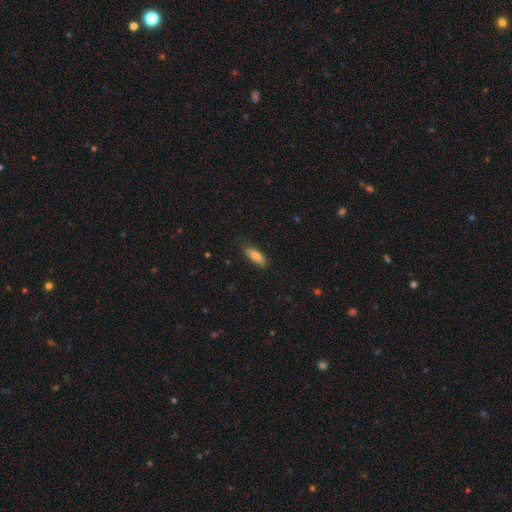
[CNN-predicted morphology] A smooth galaxy with no disk features (82%) that is in between round and cigar-shaped (67%).

Vote fractions:
- Smooth or featured? smooth: 82% / featured or disk: 11% / star or artifact: 7%
- How rounded? in between: 67% / cigar-shaped: 31% / round: 2%
- Merging? none: 83% / minor disturbance: 14% / major disturbance: 3% / merger: 1%